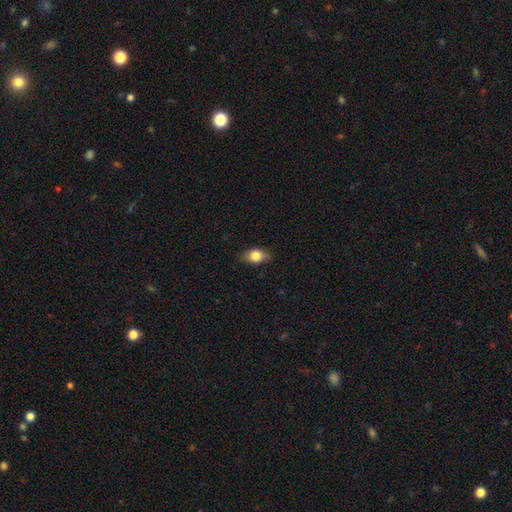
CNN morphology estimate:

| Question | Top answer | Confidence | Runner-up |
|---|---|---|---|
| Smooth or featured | smooth | 80% | featured or disk (12%) |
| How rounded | in between | 78% | round (19%) |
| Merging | none | 82% | minor disturbance (14%) |